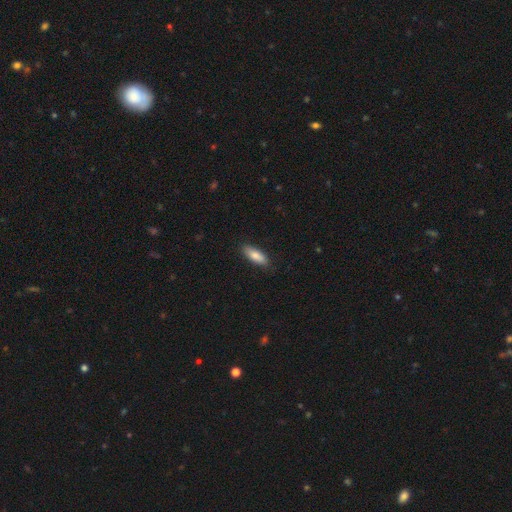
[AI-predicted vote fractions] The model was most divided on "how rounded": in between: 66%, cigar-shaped: 32%, round: 2%. More confident: merging — none (86%); smooth or featured — smooth (83%).